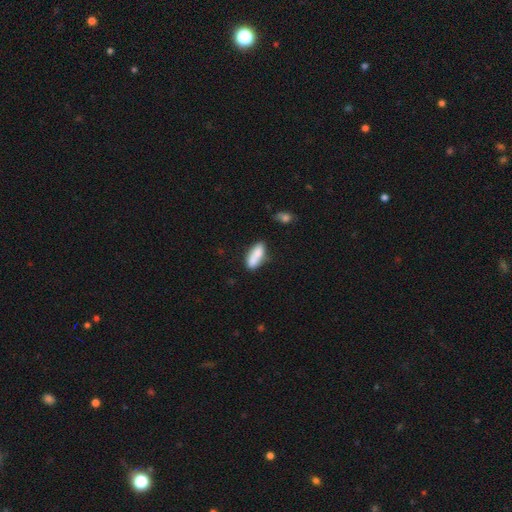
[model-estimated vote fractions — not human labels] Smooth or featured?
  - smooth: 79% *
  - featured or disk: 14%
  - star or artifact: 7%
How rounded?
  - in between: 71% *
  - cigar-shaped: 27%
  - round: 2%
Merging?
  - none: 61% *
  - minor disturbance: 20%
  - merger: 14%
  - major disturbance: 5%